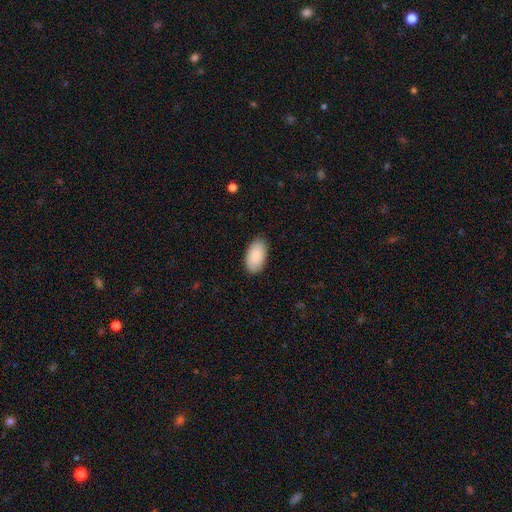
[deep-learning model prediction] Q: Smooth or featured?
A: smooth (89%); runner-up: featured or disk (6%)
Q: How rounded?
A: in between (96%); runner-up: round (3%)
Q: Merging?
A: none (87%); runner-up: minor disturbance (10%)